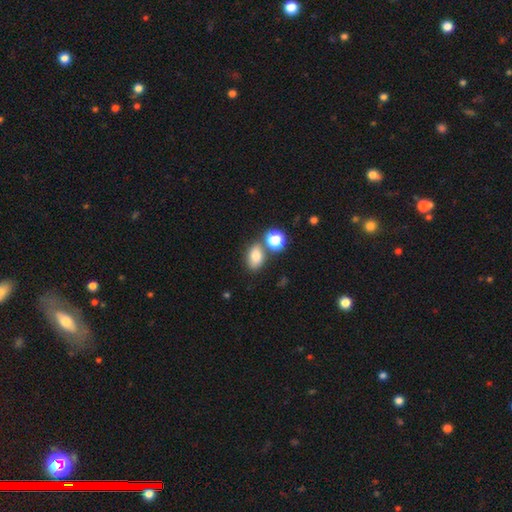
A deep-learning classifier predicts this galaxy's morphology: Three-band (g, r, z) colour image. It shows a smooth galaxy with no disk features (78%) that is in between round and cigar-shaped (77%). Merging: none (62%).